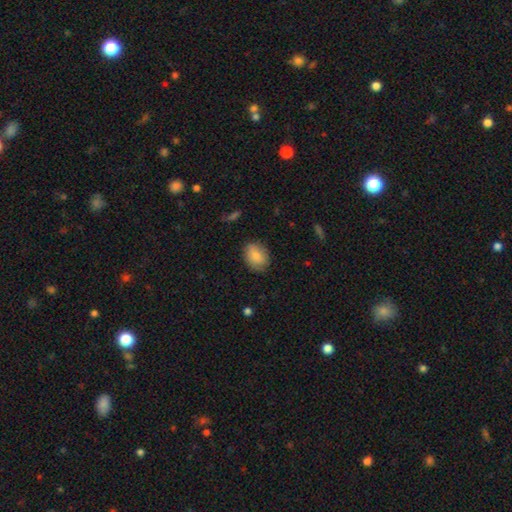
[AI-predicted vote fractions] Smooth or featured? Predicted: smooth (p=0.83). How rounded? Predicted: in between (p=0.63). Merging? Predicted: none (p=0.82).